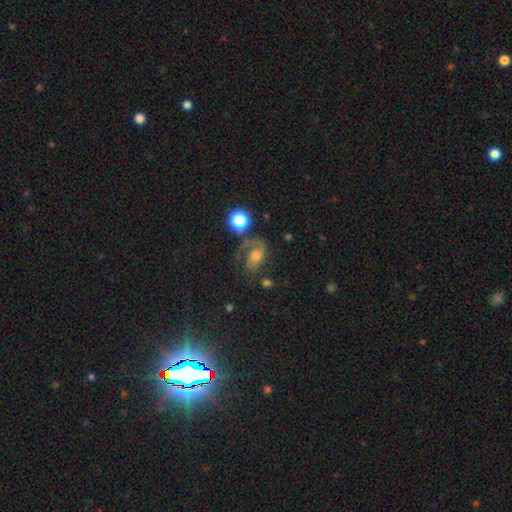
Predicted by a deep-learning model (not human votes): Overall: featured or disk (59%; smooth 25%). Edge-on disk: no (97%). Bar: no (66%). Spiral arms: yes (86%). Bulge size: moderate (52%; small 23%). Merging: none (45%; major disturbance 27%).